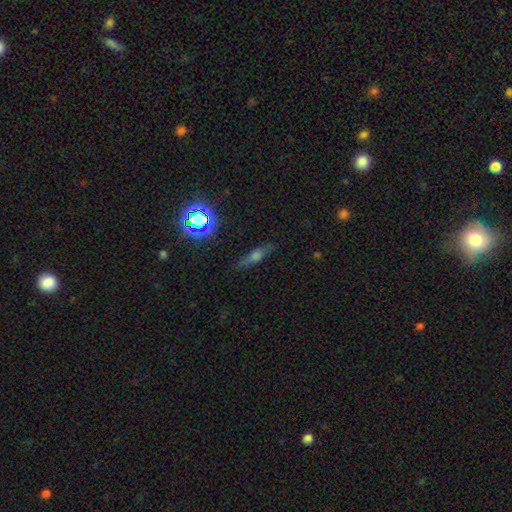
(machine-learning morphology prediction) This appears to be a smooth galaxy with no disk features (43%). Merging: none (83%).